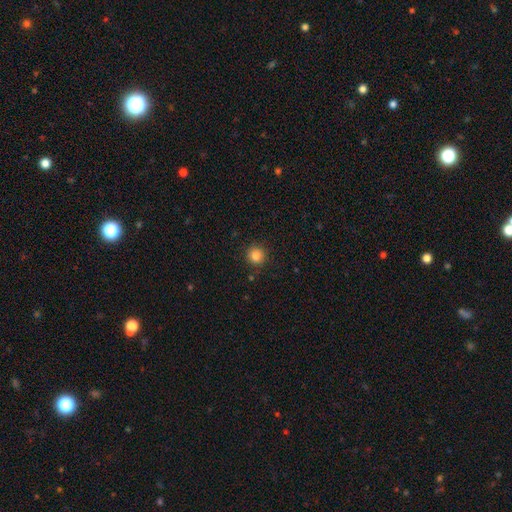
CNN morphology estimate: Smooth or featured: smooth — 84% (star or artifact — 12%)
How rounded: round — 94% (in between — 5%)
Merging: none — 90% (minor disturbance — 7%)